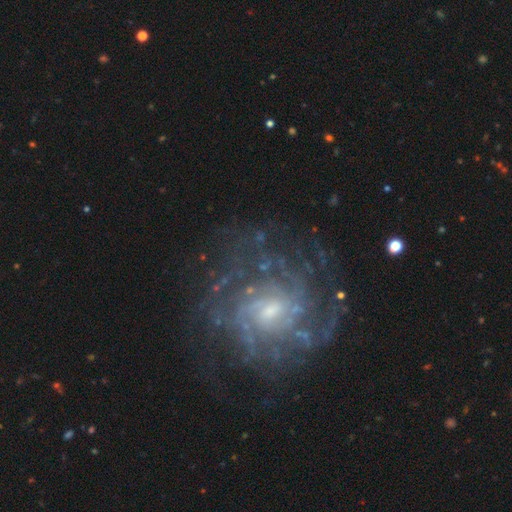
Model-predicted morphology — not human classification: Smooth or featured: featured or disk — 82% (star or artifact — 11%)
Edge-on disk: no — 98% (yes — 2%)
Bar: no — 49% (weak — 43%)
Spiral arms: yes — 92% (no — 8%)
Spiral winding: tight — 62% (medium — 28%)
Spiral arm count: can't tell — 42% (more than 4 — 16%)
Bulge size: small — 59% (moderate — 33%)
Merging: none — 77% (minor disturbance — 13%)